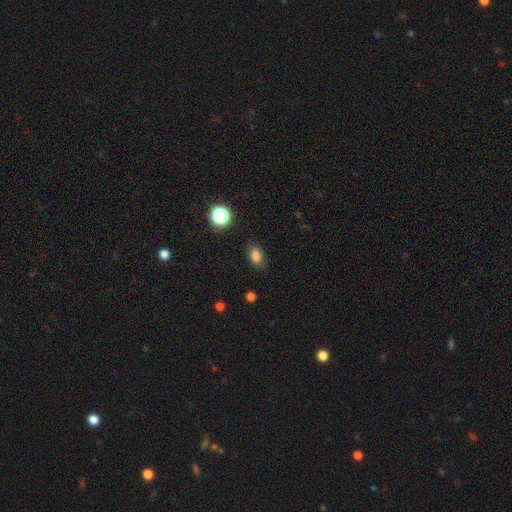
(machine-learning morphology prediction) The model was most divided on "merging": none: 81%, minor disturbance: 14%, major disturbance: 4%, merger: 1%. More confident: how rounded — in between (85%); smooth or featured — smooth (81%).